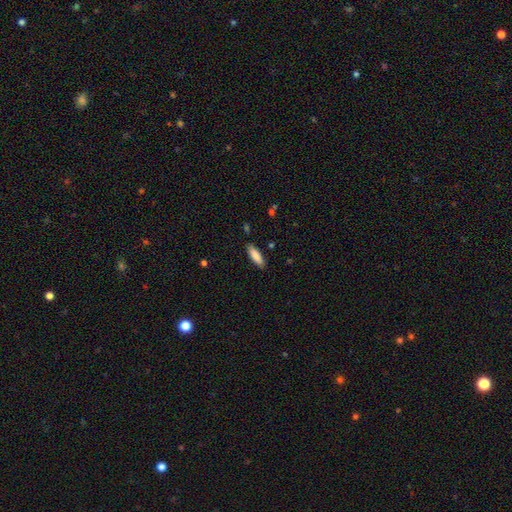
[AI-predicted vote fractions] Smooth or featured? Predicted: smooth (p=0.85). How rounded? Predicted: in between (p=0.53). Merging? Predicted: none (p=0.86).